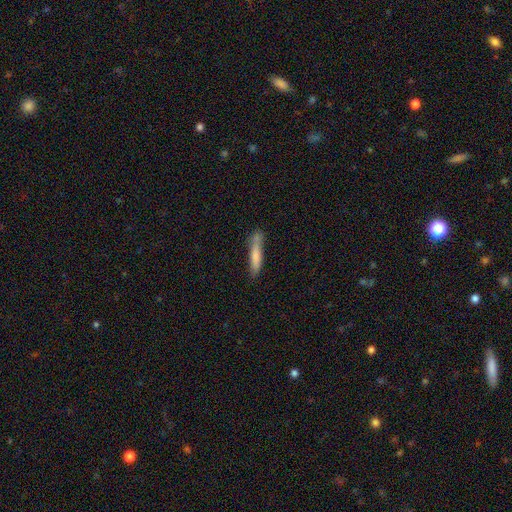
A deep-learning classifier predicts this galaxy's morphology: smooth 75%, featured or disk 19%, star or artifact 6%. Down the decision tree: how rounded — cigar-shaped (90%); merging — none (68%).